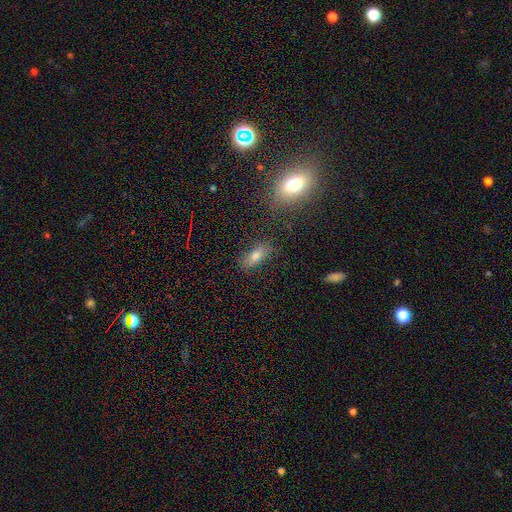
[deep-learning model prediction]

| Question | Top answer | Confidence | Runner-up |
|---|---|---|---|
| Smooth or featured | smooth | 68% | featured or disk (17%) |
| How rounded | in between | 73% | cigar-shaped (21%) |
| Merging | none | 81% | minor disturbance (13%) |